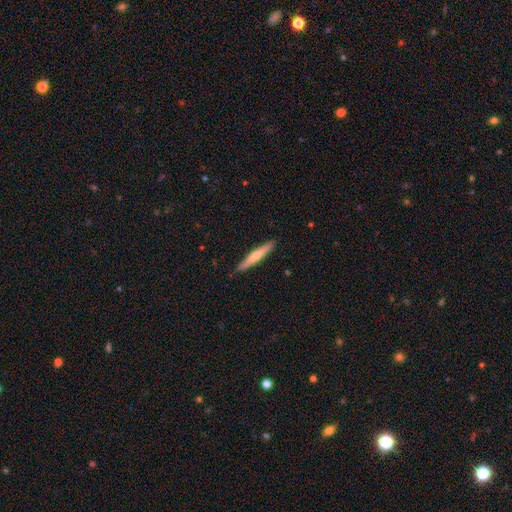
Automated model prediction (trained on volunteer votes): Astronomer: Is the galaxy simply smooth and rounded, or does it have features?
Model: smooth — 54% (runner-up: featured or disk, 41%).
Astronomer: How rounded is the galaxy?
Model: cigar-shaped — 94%.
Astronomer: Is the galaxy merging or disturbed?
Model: none — 90%.